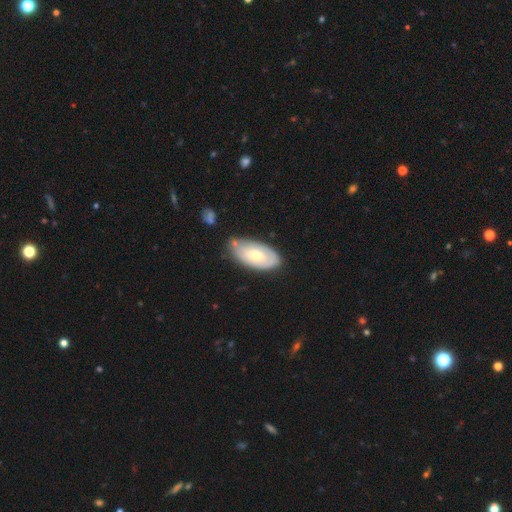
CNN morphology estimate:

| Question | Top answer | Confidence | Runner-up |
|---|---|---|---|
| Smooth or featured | smooth | 51% | featured or disk (43%) |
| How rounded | in between | 92% | cigar-shaped (5%) |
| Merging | none | 63% | minor disturbance (25%) |